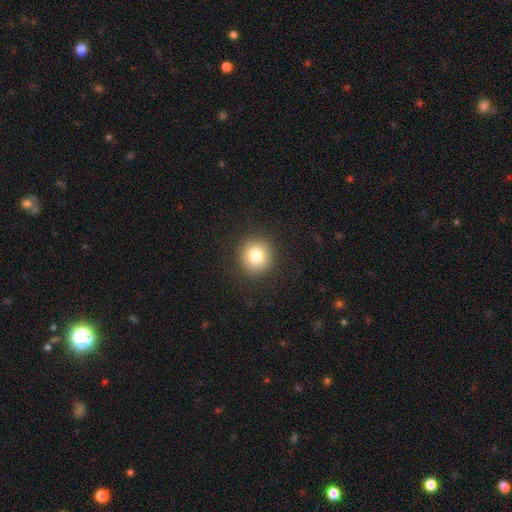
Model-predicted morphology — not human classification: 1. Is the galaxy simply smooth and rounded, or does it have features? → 81% smooth, 11% star or artifact, 9% featured or disk.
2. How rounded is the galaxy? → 92% round, 7% in between, 1% cigar-shaped.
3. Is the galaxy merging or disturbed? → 91% none, 6% minor disturbance, 2% major disturbance, 1% merger.